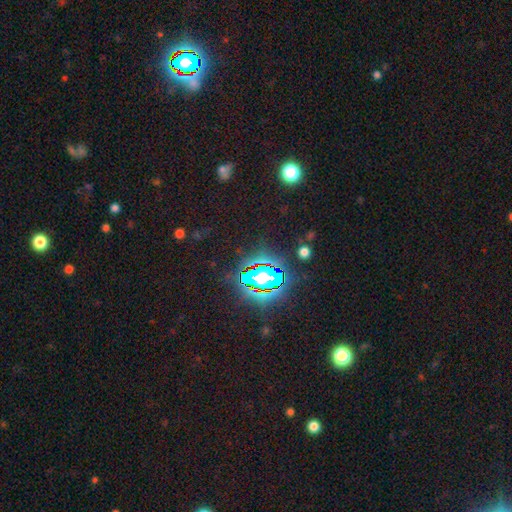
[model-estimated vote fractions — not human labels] Smooth or featured? Predicted: star or artifact (p=0.82).